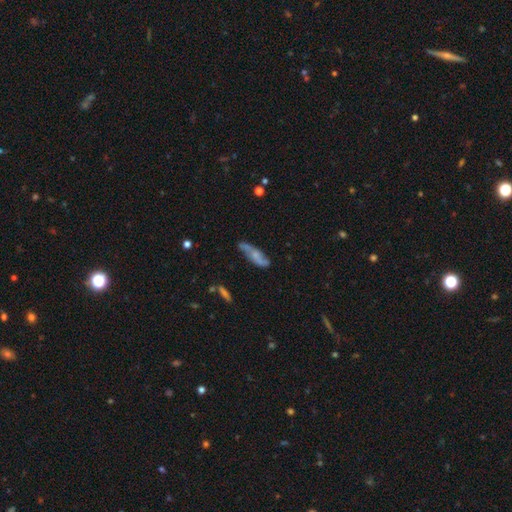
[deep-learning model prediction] The model was most divided on "smooth or featured": featured or disk: 56%, smooth: 37%, star or artifact: 8%. More confident: edge-on disk — no (74%); merging — none (63%).